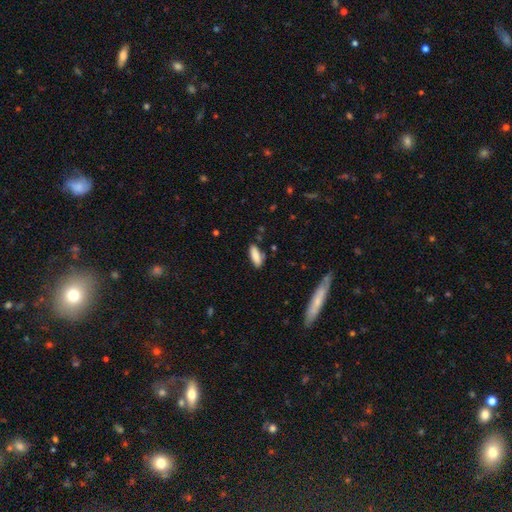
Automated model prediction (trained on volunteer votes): Smooth or featured? Predicted: smooth (p=0.86). How rounded? Predicted: in between (p=0.70). Merging? Predicted: none (p=0.77).